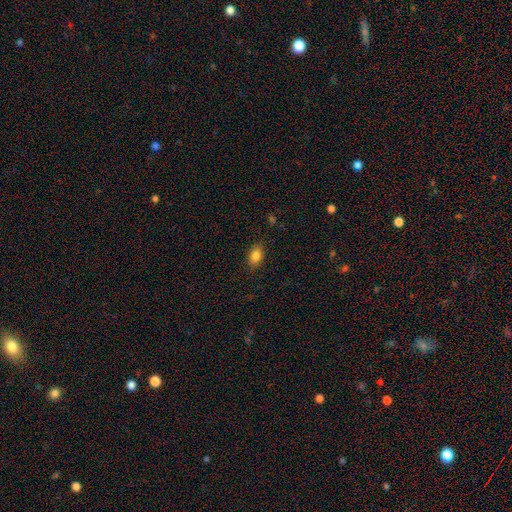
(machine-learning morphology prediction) smooth_or_featured: smooth (p=0.85) [alt: star or artifact p=0.09]
how_rounded: in between (p=0.85) [alt: round p=0.13]
merging: none (p=0.86) [alt: minor disturbance p=0.11]